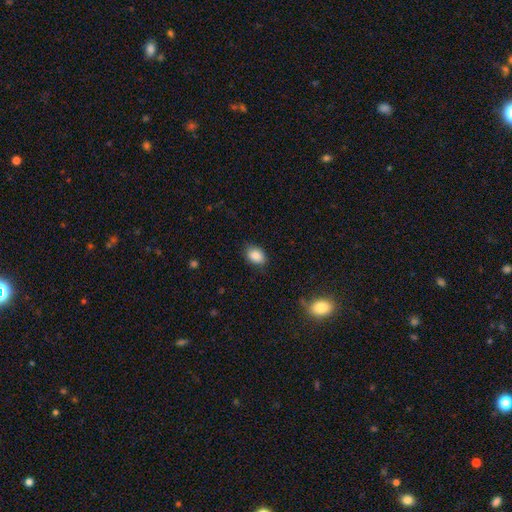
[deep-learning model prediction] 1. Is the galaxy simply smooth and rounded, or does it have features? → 87% smooth, 8% star or artifact, 5% featured or disk.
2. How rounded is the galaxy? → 78% in between, 21% round, 1% cigar-shaped.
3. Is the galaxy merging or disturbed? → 80% none, 15% minor disturbance, 3% major disturbance, 1% merger.